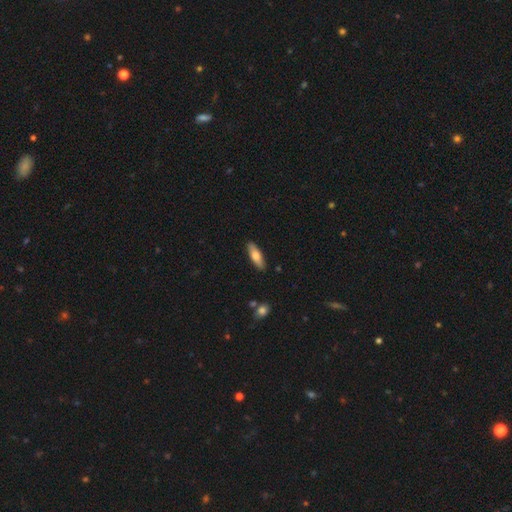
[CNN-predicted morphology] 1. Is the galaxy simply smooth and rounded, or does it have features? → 69% smooth, 26% featured or disk, 6% star or artifact.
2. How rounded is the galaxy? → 49% cigar-shaped (tied), 49% in between (tied), 2% round.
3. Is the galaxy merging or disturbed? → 88% none, 9% minor disturbance, 2% major disturbance, 1% merger.